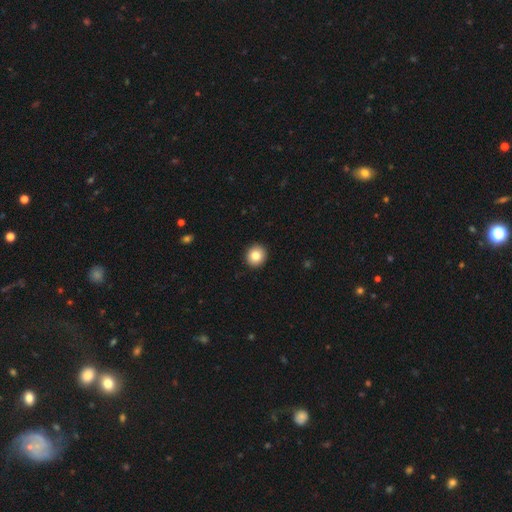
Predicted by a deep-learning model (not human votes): This is clearly a smooth galaxy (83%). How rounded: clearly round (90%). Merging: clearly none (93%).